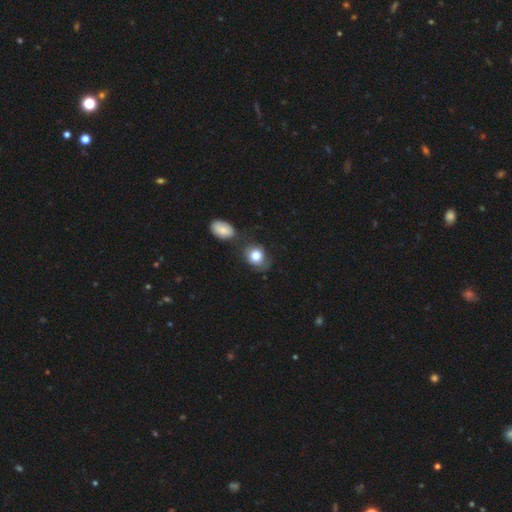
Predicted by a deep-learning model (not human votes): A smooth galaxy with no disk features (79%) that is round (53%).

Vote fractions:
- Smooth or featured? smooth: 79% / featured or disk: 12% / star or artifact: 8%
- How rounded? round: 53% / in between: 46% / cigar-shaped: 1%
- Merging? none: 59% / minor disturbance: 21% / merger: 12% / major disturbance: 8%